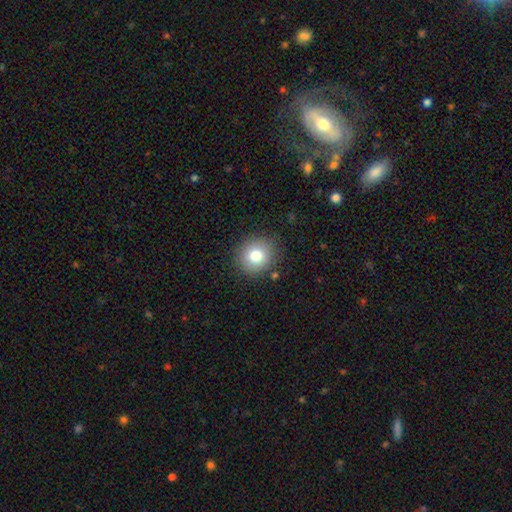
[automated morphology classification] This is likely a smooth galaxy (79%). How rounded: clearly round (87%). Merging: clearly none (87%).